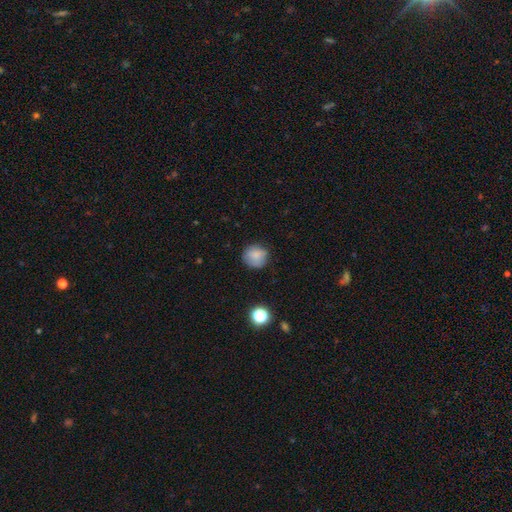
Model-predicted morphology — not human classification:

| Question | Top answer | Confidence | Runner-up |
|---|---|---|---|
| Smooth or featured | smooth | 83% | star or artifact (10%) |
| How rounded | round | 90% | in between (9%) |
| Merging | none | 79% | minor disturbance (15%) |